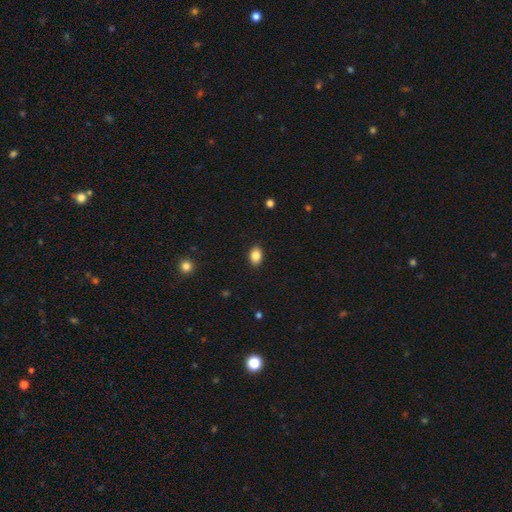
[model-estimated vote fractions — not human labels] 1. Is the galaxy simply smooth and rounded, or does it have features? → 86% smooth, 9% star or artifact, 6% featured or disk.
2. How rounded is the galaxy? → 78% in between, 21% round, 1% cigar-shaped.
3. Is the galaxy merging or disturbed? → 89% none, 8% minor disturbance, 2% major disturbance, 1% merger.